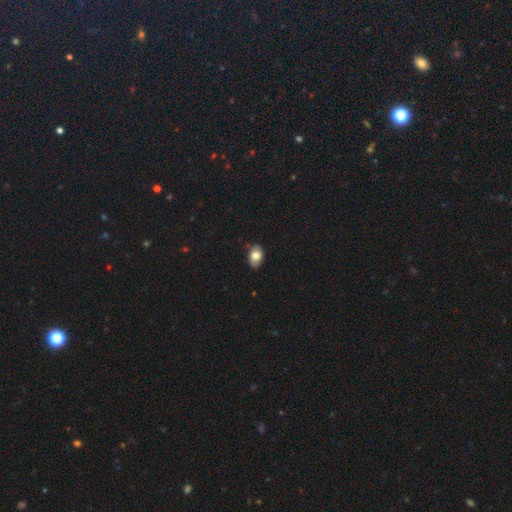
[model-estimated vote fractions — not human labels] Smooth or featured? smooth (78%)
How rounded? in between (86%)
Merging? none (75%)